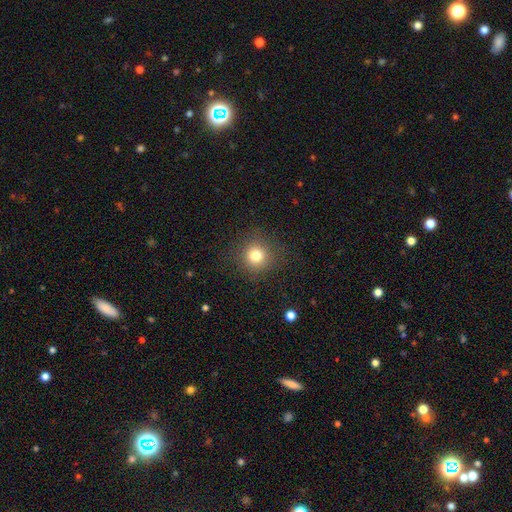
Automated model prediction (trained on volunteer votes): smooth-or-featured: smooth: 78% | star or artifact: 14% | featured or disk: 8%
  how-rounded: round: 92% | in between: 7% | cigar-shaped: 1%
  merging: none: 87% | minor disturbance: 8% | major disturbance: 4% | merger: 1%